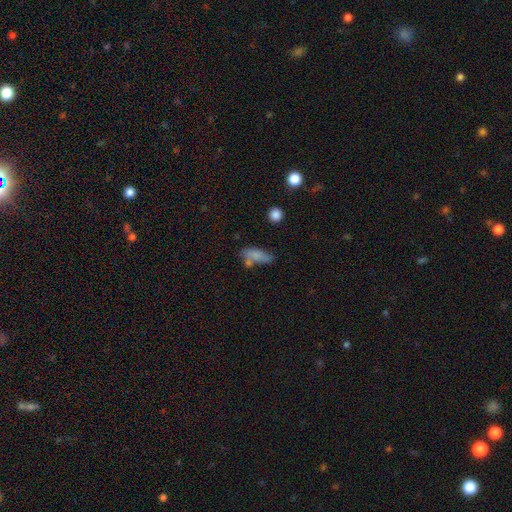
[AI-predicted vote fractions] A smooth galaxy with no disk features (76%) that is in between round and cigar-shaped (66%). Merging: none (50%).